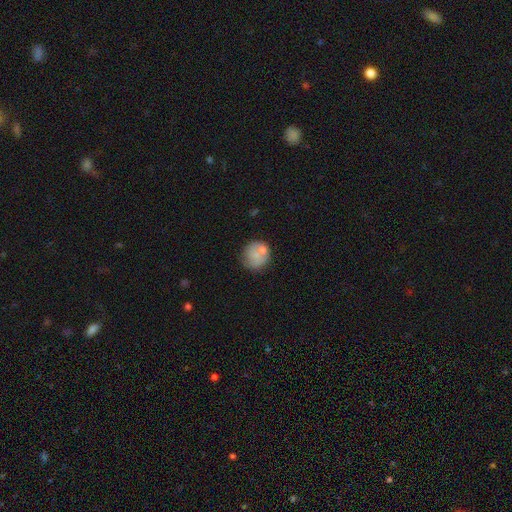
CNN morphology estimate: A smooth galaxy with no disk features (65%) that is round (86%). Merging: none (55%).